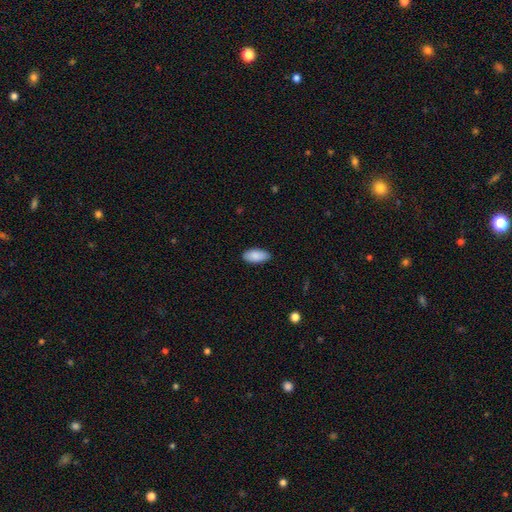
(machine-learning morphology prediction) Smooth or featured: smooth — 88% (star or artifact — 6%)
How rounded: in between — 92% (cigar-shaped — 5%)
Merging: none — 86% (minor disturbance — 11%)